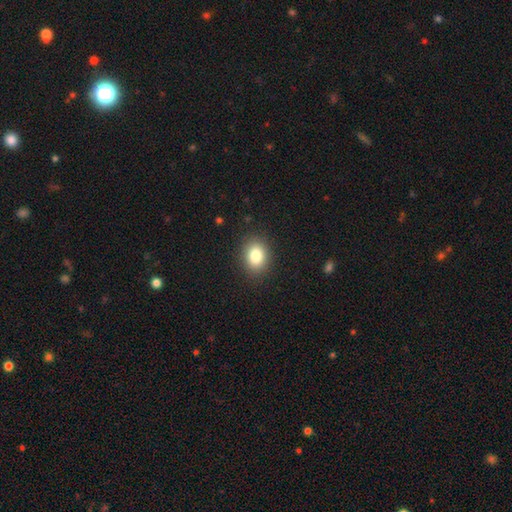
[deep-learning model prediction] This appears to be a smooth galaxy with no disk features (83%) that is in between round and cigar-shaped (59%). Merging: none (88%).